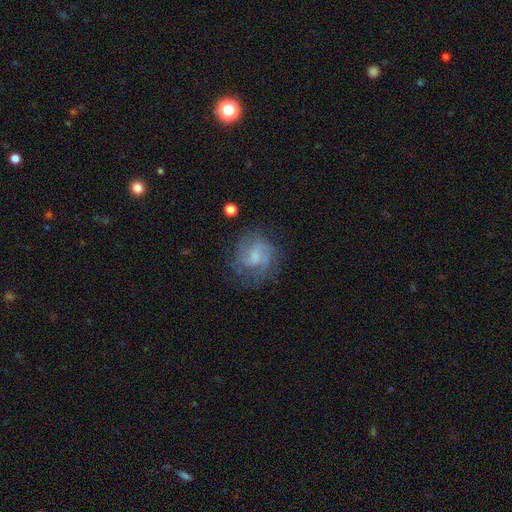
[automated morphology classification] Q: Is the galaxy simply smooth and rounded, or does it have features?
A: featured or disk — 71%.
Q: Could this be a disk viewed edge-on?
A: no — 98%.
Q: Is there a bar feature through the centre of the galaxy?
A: weak — 50%.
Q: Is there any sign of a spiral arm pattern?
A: yes — 89%.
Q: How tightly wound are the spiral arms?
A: medium — 46%.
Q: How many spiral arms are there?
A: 2 — 43%.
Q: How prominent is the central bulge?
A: small — 43%.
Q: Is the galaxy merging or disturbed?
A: none — 66%.